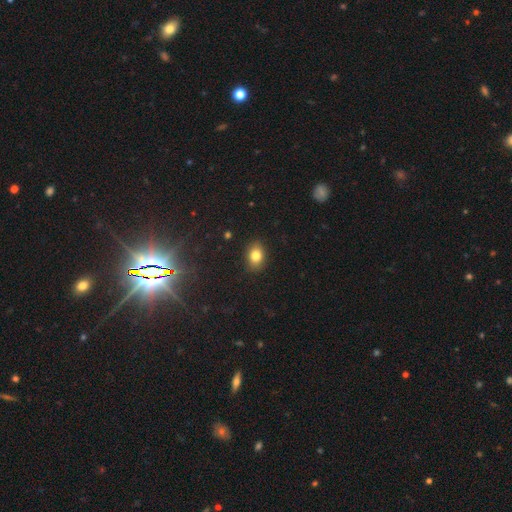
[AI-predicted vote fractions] Overall: smooth (81%). How rounded: in between (72%). Merging: none (87%).